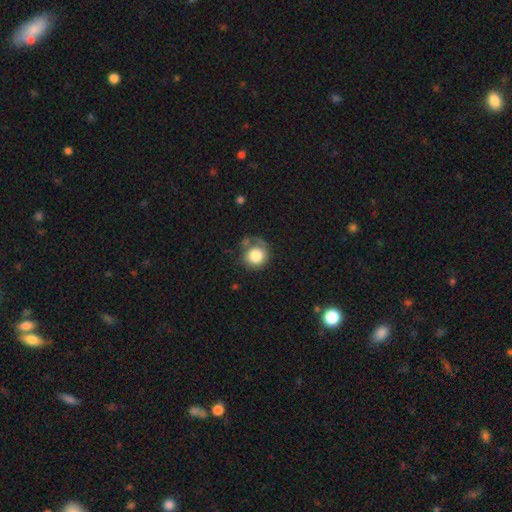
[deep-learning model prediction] Smooth or featured? smooth (80%)
How rounded? round (88%)
Merging? none (49%)